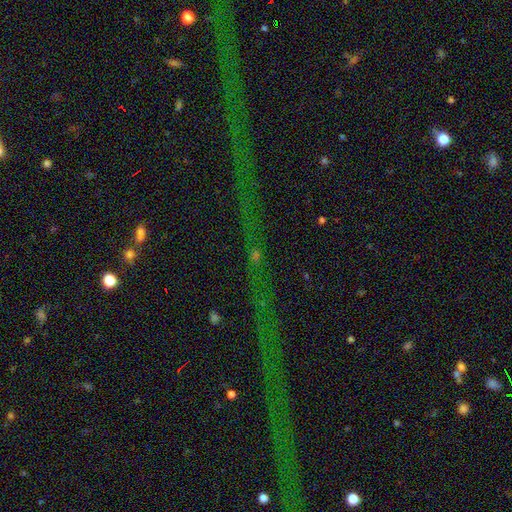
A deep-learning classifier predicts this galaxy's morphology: Smooth or featured? Predicted: star or artifact (p=0.66).